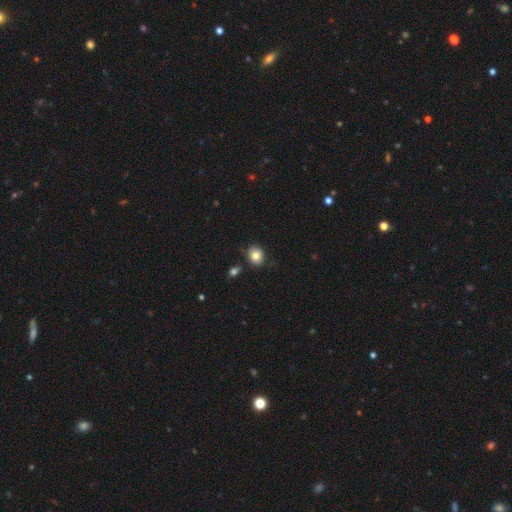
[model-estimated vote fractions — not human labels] This appears to be a smooth galaxy with no disk features (80%) that is round (67%). Merging: none (80%).